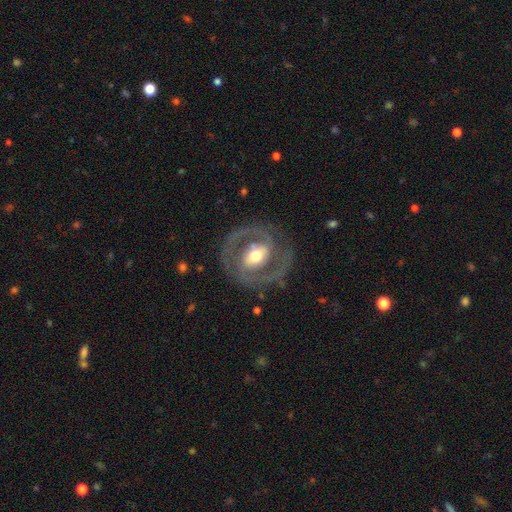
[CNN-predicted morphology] The model was most divided on "bar": strong: 40%, weak: 37%, no: 23%. Remaining: edge-on disk — no (97%); spiral arm count — 2 (89%); spiral arms — yes (88%); smooth or featured — featured or disk (85%); merging — none (81%); bulge size — moderate (66%); spiral winding — medium (49%).